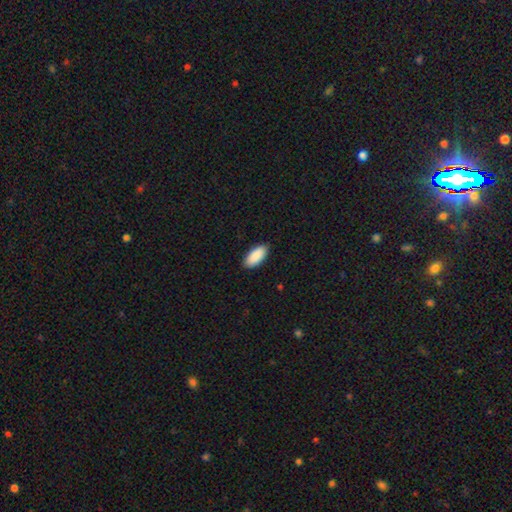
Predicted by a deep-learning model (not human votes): smooth_or_featured: smooth (p=0.91) [alt: star or artifact p=0.06]
how_rounded: in between (p=0.91) [alt: cigar-shaped p=0.07]
merging: none (p=0.88) [alt: minor disturbance p=0.09]